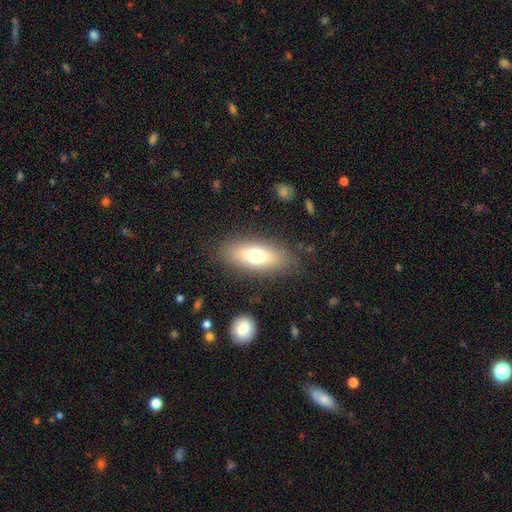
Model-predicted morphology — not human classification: type=smooth (68%); roundness=in between (74%); merging=none (83%).